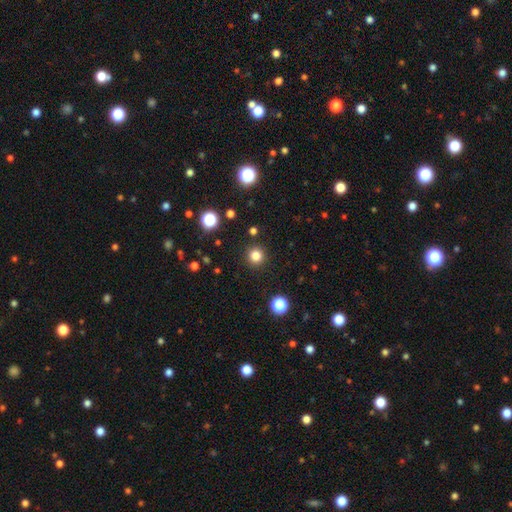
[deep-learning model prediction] smooth 82%, star or artifact 14%, featured or disk 5%. Down the decision tree: how rounded — round (95%); merging — none (92%).